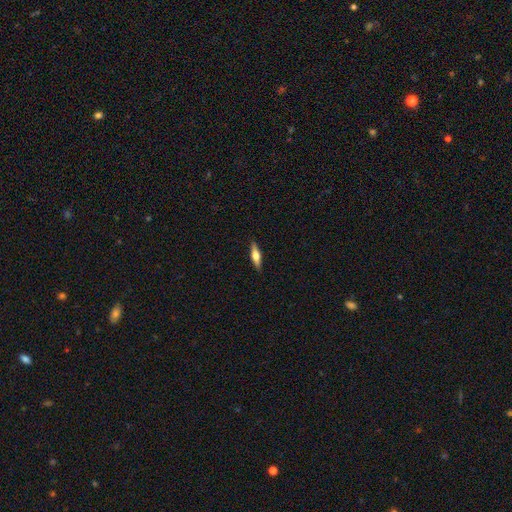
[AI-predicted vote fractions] A featured or disk galaxy (51%) viewed edge-on (94%).

Vote fractions:
- Smooth or featured? featured or disk: 51% / smooth: 43% / star or artifact: 6%
- Edge-on disk? yes: 94% / no: 6%
- Merging? none: 90% / minor disturbance: 8% / major disturbance: 2% / merger: 1%